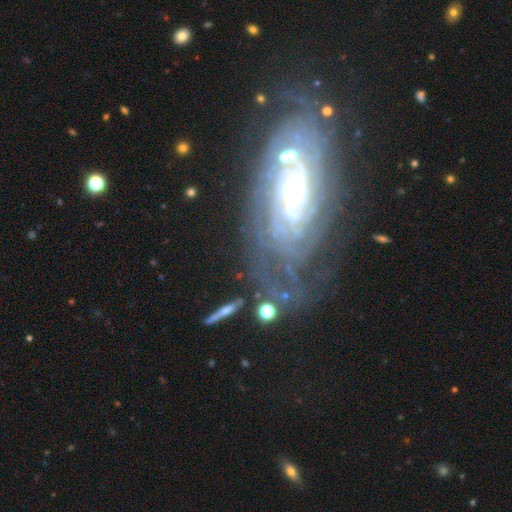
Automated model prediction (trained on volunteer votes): smooth_or_featured: featured or disk (p=0.83) [alt: star or artifact p=0.08]
disk_edge_on: no (p=0.93) [alt: yes p=0.07]
bar: no (p=0.70) [alt: weak p=0.21]
has_spiral_arms: yes (p=0.95) [alt: no p=0.05]
spiral_winding: tight (p=0.79) [alt: medium p=0.17]
spiral_arm_count: can't tell (p=0.39) [alt: more than 4 p=0.15]
bulge_size: small (p=0.71) [alt: moderate p=0.17]
merging: none (p=0.67) [alt: minor disturbance p=0.18]